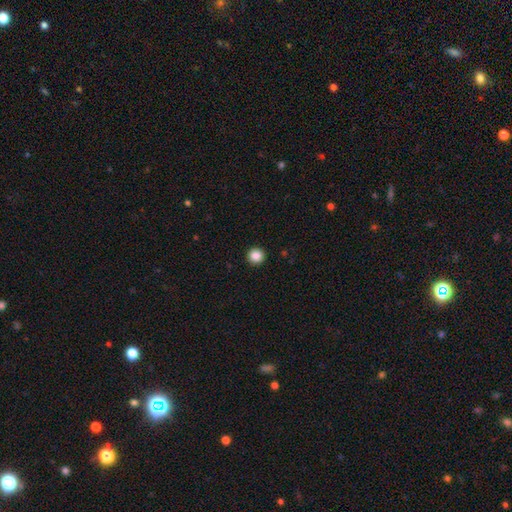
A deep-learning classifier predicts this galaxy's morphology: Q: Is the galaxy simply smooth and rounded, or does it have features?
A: smooth — 87%.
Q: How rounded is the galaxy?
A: round — 95%.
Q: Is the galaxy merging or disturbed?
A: none — 93%.